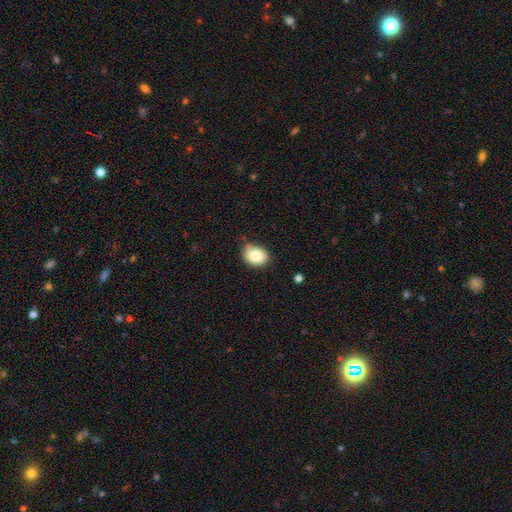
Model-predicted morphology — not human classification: Smooth or featured? smooth (85%)
How rounded? in between (61%)
Merging? none (65%)